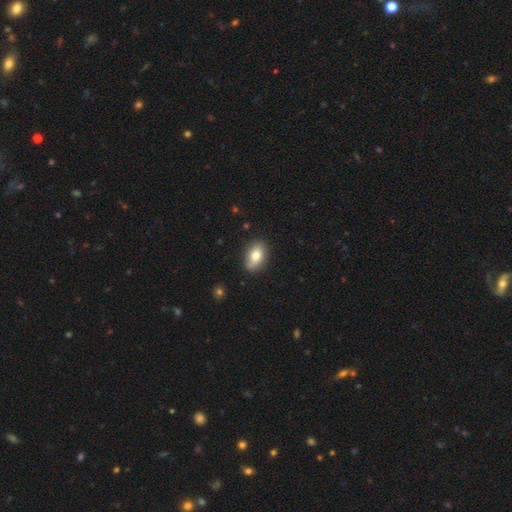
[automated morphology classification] Smooth or featured? Predicted: smooth (p=0.79). How rounded? Predicted: in between (p=0.88). Merging? Predicted: none (p=0.84).